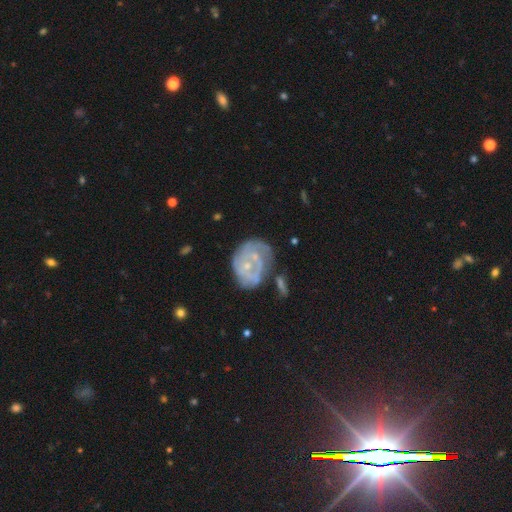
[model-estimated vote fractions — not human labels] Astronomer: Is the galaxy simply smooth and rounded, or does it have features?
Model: featured or disk — 79%.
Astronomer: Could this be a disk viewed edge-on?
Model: no — 98%.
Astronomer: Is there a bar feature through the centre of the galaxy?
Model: no — 72%.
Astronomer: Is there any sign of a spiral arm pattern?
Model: yes — 87%.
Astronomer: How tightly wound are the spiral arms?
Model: tight — 62%.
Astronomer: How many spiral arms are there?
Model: can't tell — 35% (runner-up: 2, 31%).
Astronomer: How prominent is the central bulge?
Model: small — 74%.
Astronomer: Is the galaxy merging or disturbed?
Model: none — 50% (runner-up: minor disturbance, 25%).